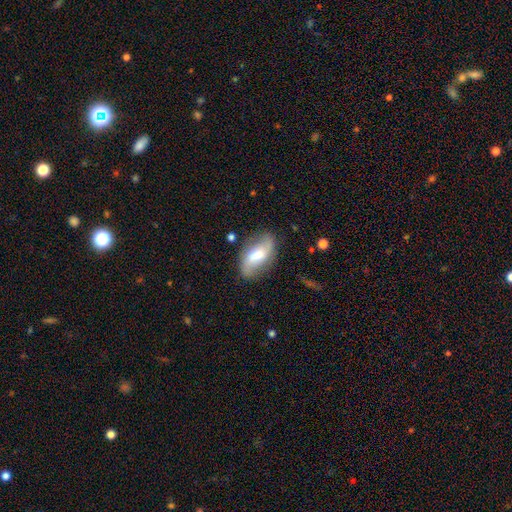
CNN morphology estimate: The model was most divided on "smooth or featured": featured or disk: 53%, smooth: 40%, star or artifact: 7%. More confident: edge-on disk — no (92%); merging — none (75%).